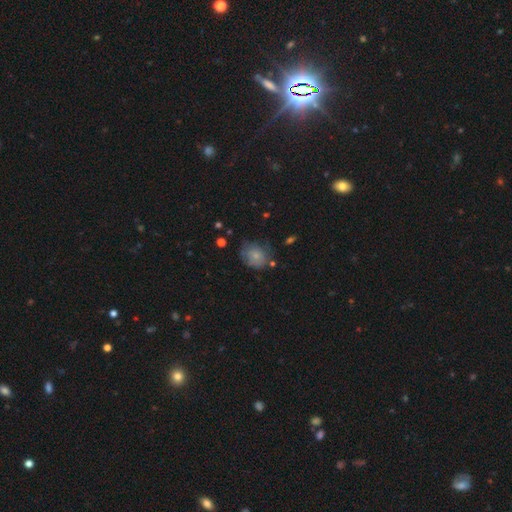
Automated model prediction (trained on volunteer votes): The model was most divided on "merging": none: 54%, minor disturbance: 30%, major disturbance: 12%, merger: 4%. More confident: smooth or featured — smooth (71%); how rounded — round (63%).